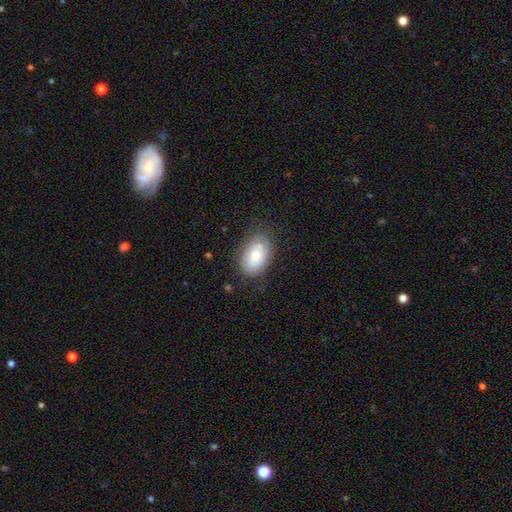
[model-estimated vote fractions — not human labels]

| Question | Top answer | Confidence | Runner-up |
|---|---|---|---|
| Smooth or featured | smooth | 74% | featured or disk (19%) |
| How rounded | in between | 91% | round (8%) |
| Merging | none | 73% | minor disturbance (19%) |